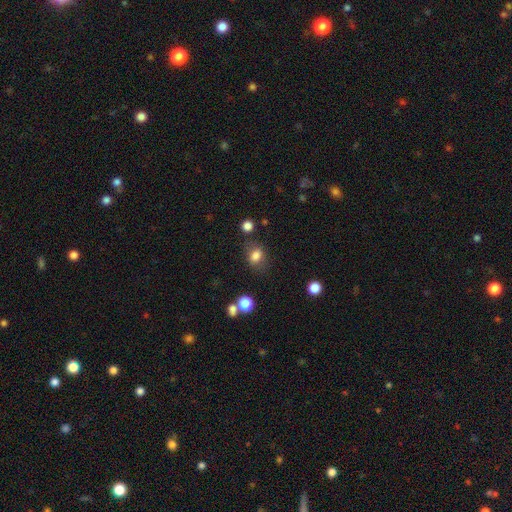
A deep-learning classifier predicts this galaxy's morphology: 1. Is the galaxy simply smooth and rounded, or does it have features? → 80% smooth, 11% star or artifact, 9% featured or disk.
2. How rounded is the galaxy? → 56% in between, 43% round, 1% cigar-shaped.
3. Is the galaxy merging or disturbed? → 73% none, 16% minor disturbance, 6% major disturbance, 5% merger.